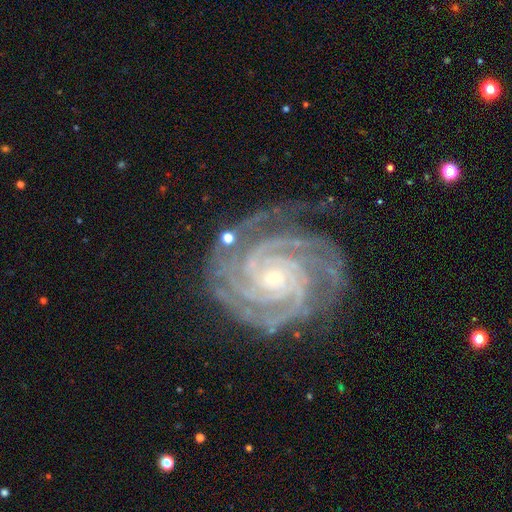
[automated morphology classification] A featured or disk galaxy (91%) with no bar (65%), 3 (27%) tight (84%) spiral arms (99%) and a small central bulge (76%).

Vote fractions:
- Smooth or featured? featured or disk: 91% / star or artifact: 6% / smooth: 3%
- Edge-on disk? no: 98% / yes: 2%
- Bar? no: 65% / weak: 22% / strong: 13%
- Spiral arms? yes: 99% / no: 1%
- Spiral winding? tight: 84% / medium: 15% / loose: 2%
- Spiral arm count? 3: 27% / 4: 24% / 2: 19% / can't tell: 12% / more than 4: 10% / 1: 7%
- Bulge size? small: 76% / moderate: 20% / none: 2% / large: 1% / dominant: 1%
- Merging? none: 77% / minor disturbance: 16% / major disturbance: 5% / merger: 2%